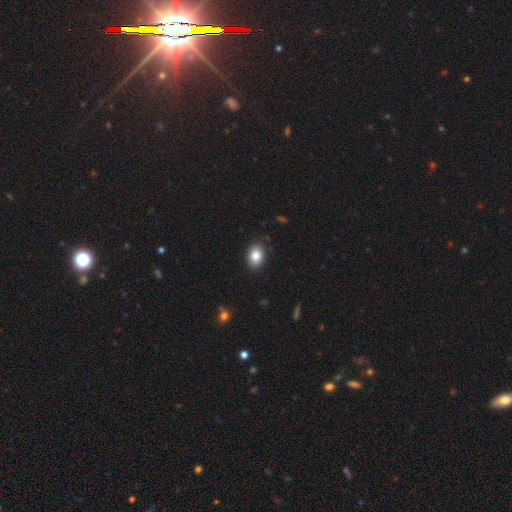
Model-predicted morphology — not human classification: This is clearly a smooth galaxy (85%). How rounded: clearly in between (82%). Merging: clearly none (88%).